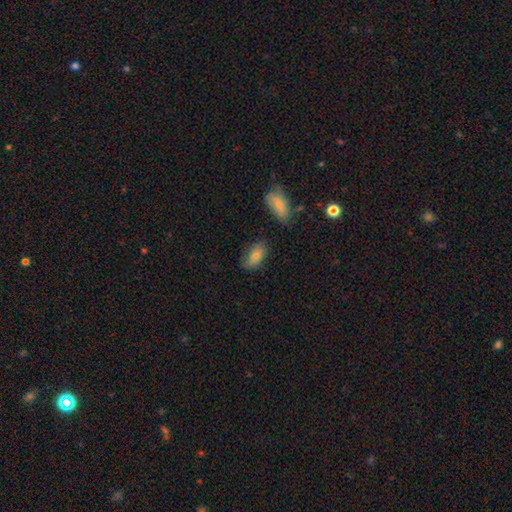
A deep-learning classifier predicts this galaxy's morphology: smooth 73%, featured or disk 17%, star or artifact 10%. Down the decision tree: how rounded — in between (90%); merging — none (66%).